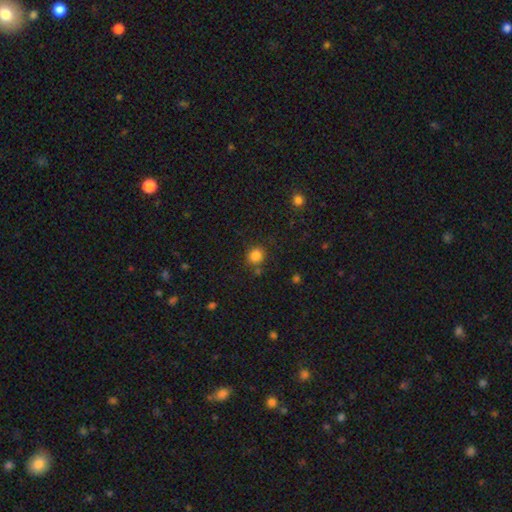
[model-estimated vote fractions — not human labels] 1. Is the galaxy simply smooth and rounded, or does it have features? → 83% smooth, 12% star or artifact, 5% featured or disk.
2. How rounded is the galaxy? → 87% round, 12% in between, 1% cigar-shaped.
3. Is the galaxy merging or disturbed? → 78% none, 11% minor disturbance, 7% merger, 4% major disturbance.